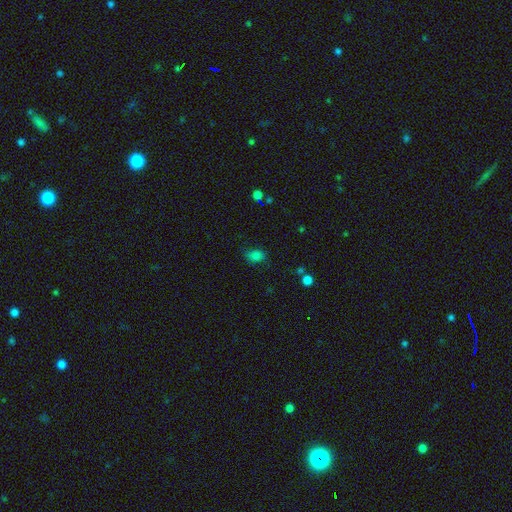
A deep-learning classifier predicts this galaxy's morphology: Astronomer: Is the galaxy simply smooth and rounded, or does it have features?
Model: smooth — 78%.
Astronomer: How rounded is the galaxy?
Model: in between — 70%.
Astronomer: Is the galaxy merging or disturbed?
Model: none — 71%.